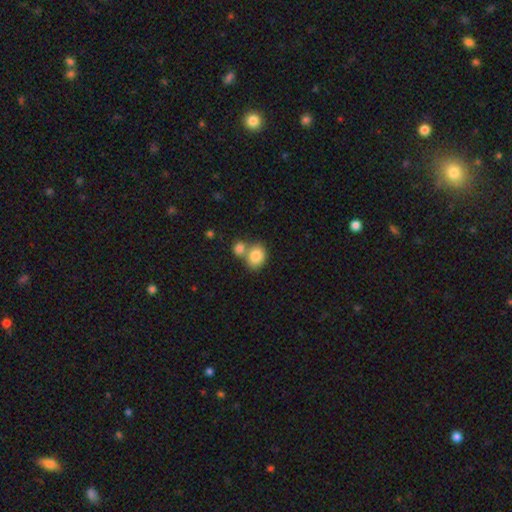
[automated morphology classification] smooth 83%, featured or disk 8%, star or artifact 8%. Down the decision tree: how rounded — round (51%); merging — merger (45%).